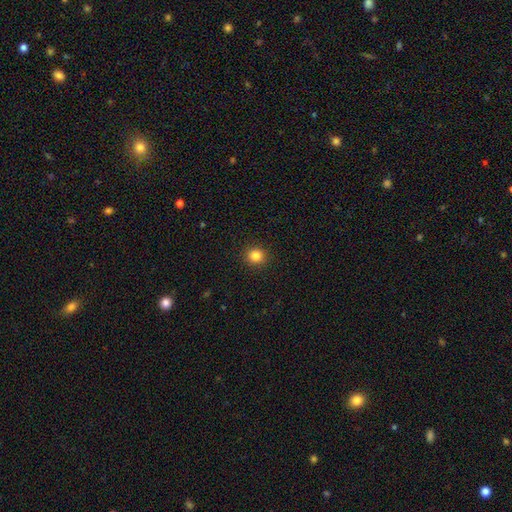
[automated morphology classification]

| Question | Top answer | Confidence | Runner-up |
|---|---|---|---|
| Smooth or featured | smooth | 84% | star or artifact (12%) |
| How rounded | round | 89% | in between (10%) |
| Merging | none | 92% | minor disturbance (5%) |